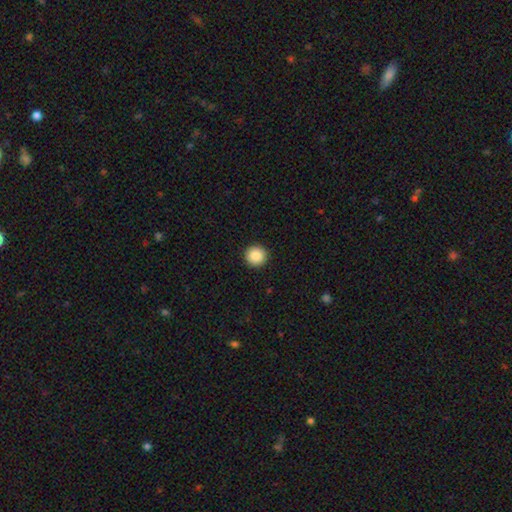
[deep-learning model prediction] Morphology: type=smooth (88%); roundness=round (96%); merging=none (93%).